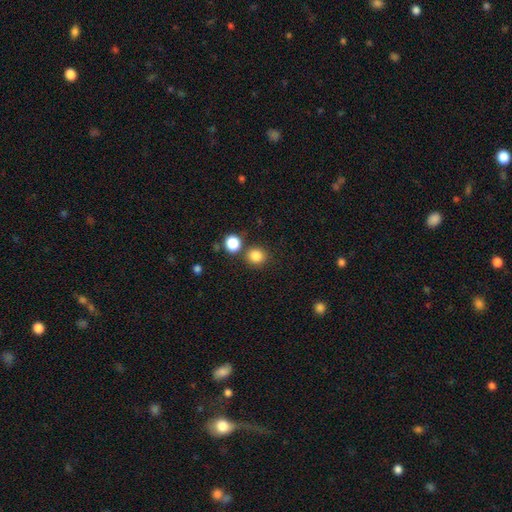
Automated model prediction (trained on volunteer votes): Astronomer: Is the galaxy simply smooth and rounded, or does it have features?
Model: smooth — 84%.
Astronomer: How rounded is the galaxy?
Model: round — 88%.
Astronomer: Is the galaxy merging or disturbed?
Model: none — 77%.